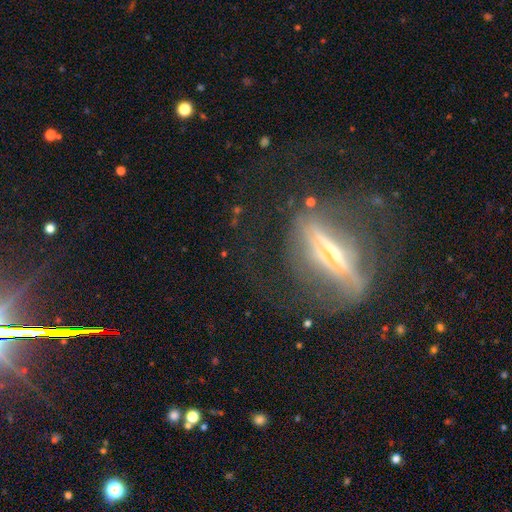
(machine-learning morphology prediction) smooth_or_featured: featured or disk (p=0.73) [alt: smooth p=0.14]
disk_edge_on: no (p=0.63) [alt: yes p=0.37]
merging: none (p=0.57) [alt: major disturbance p=0.23]